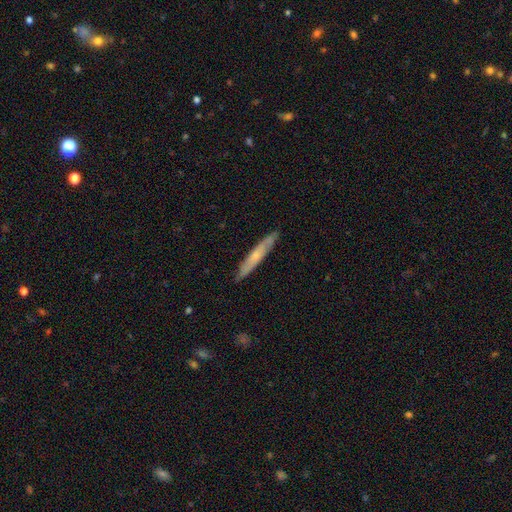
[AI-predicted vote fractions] Morphology: type=featured or disk (47%, tied with smooth); merging=none (86%).